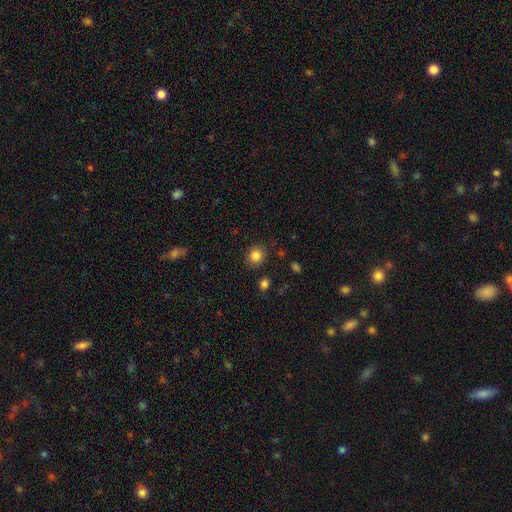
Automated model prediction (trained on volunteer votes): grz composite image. It shows a smooth galaxy with no disk features (85%) that is round (80%). Merging: none (86%).